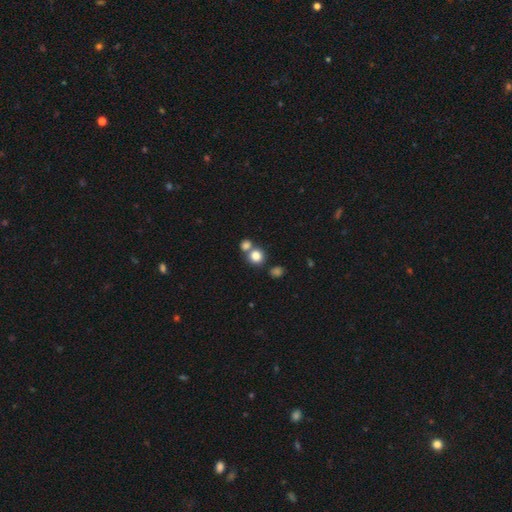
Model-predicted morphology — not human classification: Smooth or featured: smooth — 81% (star or artifact — 12%)
How rounded: round — 82% (in between — 17%)
Merging: none — 55% (merger — 34%)